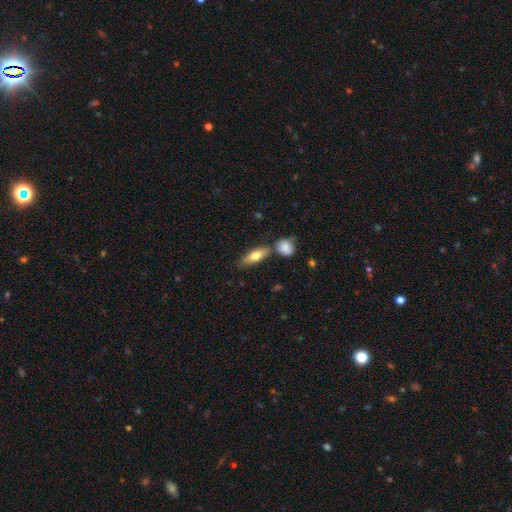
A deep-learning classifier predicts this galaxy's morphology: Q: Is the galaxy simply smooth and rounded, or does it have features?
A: smooth — 69%.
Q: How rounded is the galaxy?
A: in between — 62%.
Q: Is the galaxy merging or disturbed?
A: none — 67%.